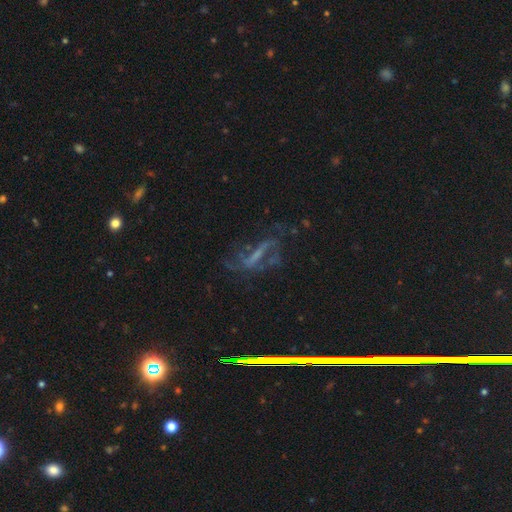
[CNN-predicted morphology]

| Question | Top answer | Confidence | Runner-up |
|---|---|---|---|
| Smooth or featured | featured or disk | 64% | star or artifact (20%) |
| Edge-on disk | no | 78% | yes (22%) |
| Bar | strong | 51% | weak (27%) |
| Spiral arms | yes | 66% | no (34%) |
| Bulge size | none | 56% | small (24%) |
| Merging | none | 50% | major disturbance (27%) |